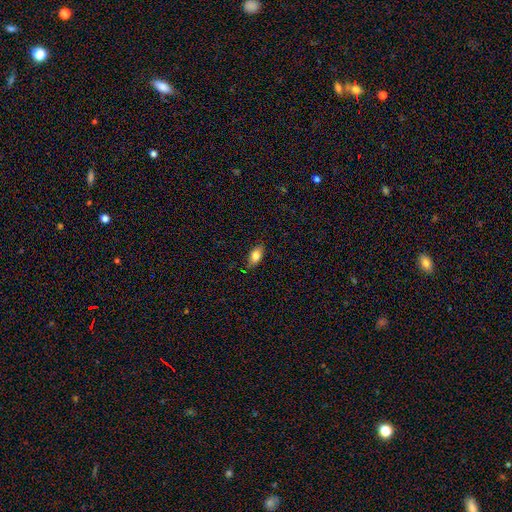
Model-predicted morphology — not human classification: Smooth or featured? smooth (80%)
How rounded? in between (87%)
Merging? none (82%)